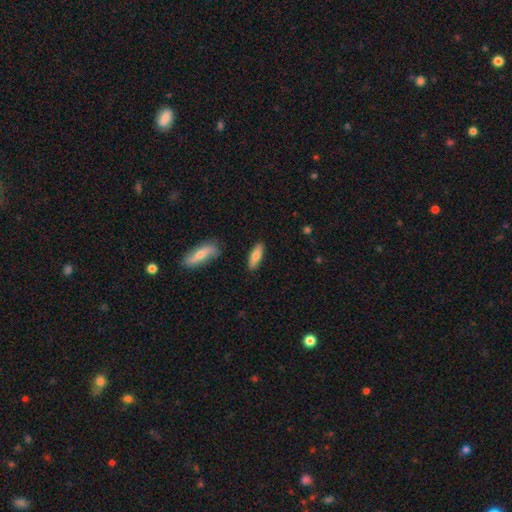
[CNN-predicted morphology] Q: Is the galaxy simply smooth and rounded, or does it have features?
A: smooth — 73%.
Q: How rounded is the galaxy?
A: in between — 50%.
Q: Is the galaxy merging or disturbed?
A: none — 86%.